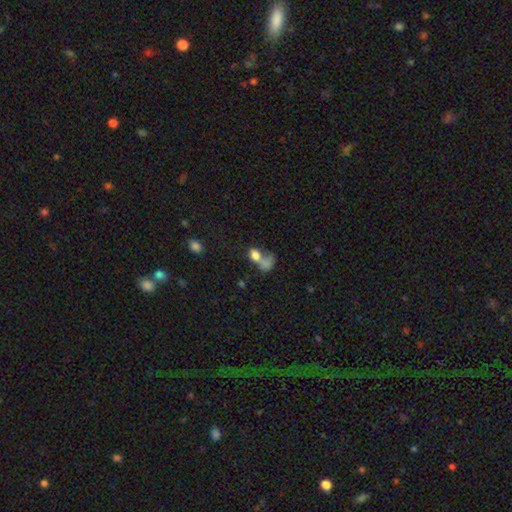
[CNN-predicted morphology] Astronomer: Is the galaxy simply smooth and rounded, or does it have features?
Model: smooth — 74%.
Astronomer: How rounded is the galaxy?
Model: in between — 69%.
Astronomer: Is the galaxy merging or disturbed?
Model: merger — 57%.